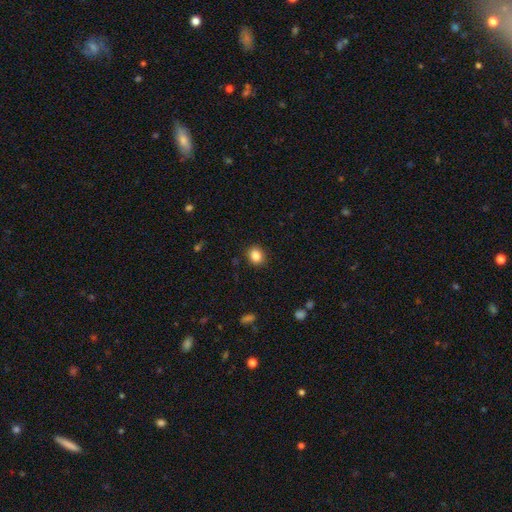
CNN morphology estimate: This appears to be a smooth galaxy with no disk features (86%) that is round (64%). Merging: none (87%).